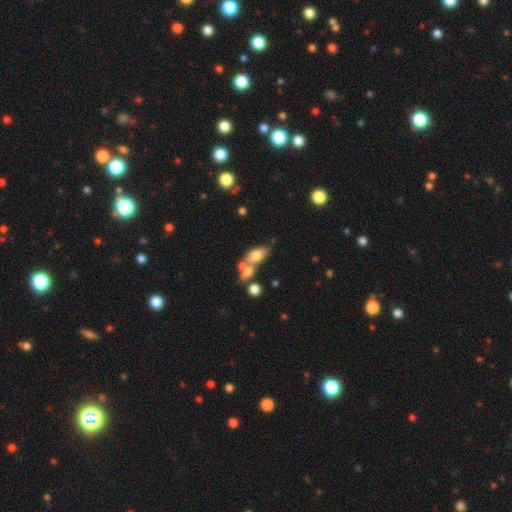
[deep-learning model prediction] Morphology: type=smooth (67%); roundness=in between (81%); merging=merger (47%).